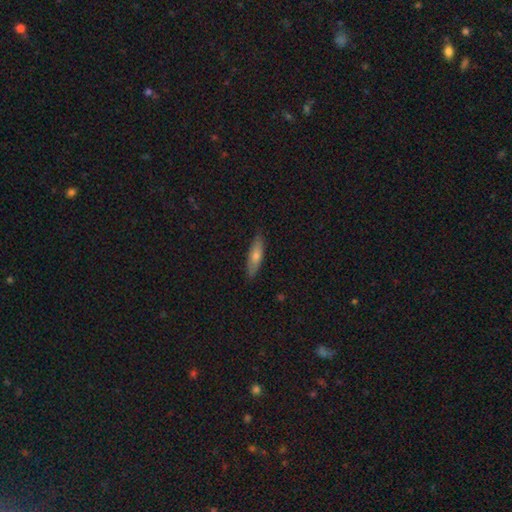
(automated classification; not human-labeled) The model was most divided on "smooth or featured": smooth: 59%, featured or disk: 35%, star or artifact: 7%. More confident: merging — none (87%); how rounded — cigar-shaped (68%).